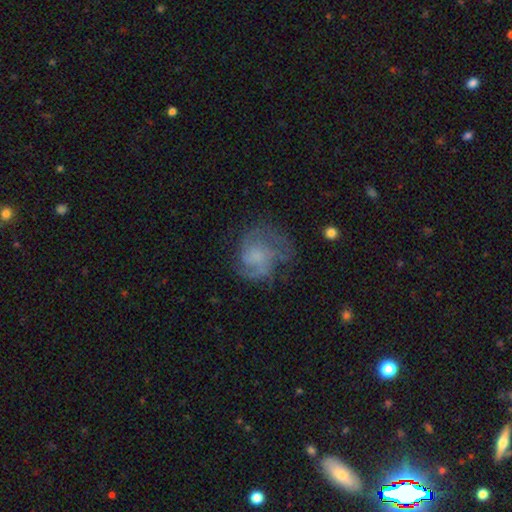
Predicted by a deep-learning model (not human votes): featured or disk 67%, smooth 23%, star or artifact 10%. Down the decision tree: edge-on disk — no (98%); bar — no (76%); spiral arms — yes (86%); spiral arm count — can't tell (29%); spiral winding — medium (43%); bulge size — small (38%); merging — none (57%).